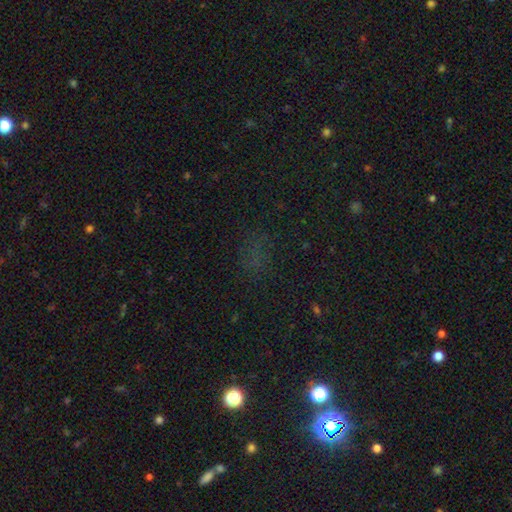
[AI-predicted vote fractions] Q: Smooth or featured?
A: star or artifact (53%); runner-up: smooth (37%)